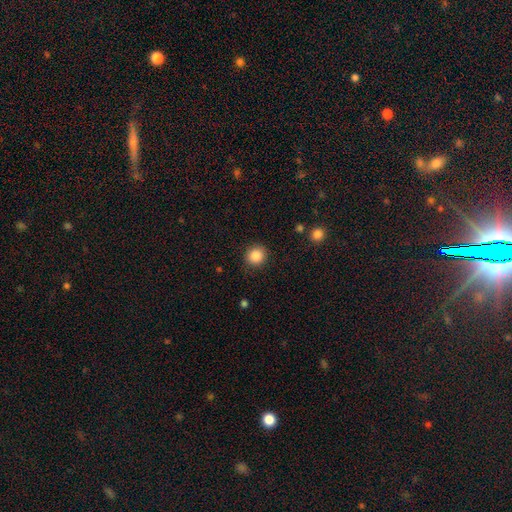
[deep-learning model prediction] A smooth galaxy with no disk features (87%) that is round (89%).

Vote fractions:
- Smooth or featured? smooth: 87% / star or artifact: 10% / featured or disk: 4%
- How rounded? round: 89% / in between: 10% / cigar-shaped: 1%
- Merging? none: 88% / minor disturbance: 8% / major disturbance: 3% / merger: 1%